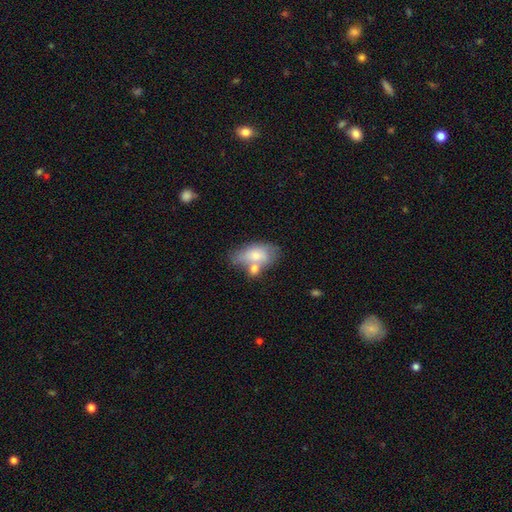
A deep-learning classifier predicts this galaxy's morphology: Q: Smooth or featured?
A: smooth (70%); runner-up: featured or disk (23%)
Q: How rounded?
A: in between (90%); runner-up: round (7%)
Q: Merging?
A: none (38%); runner-up: merger (37%)